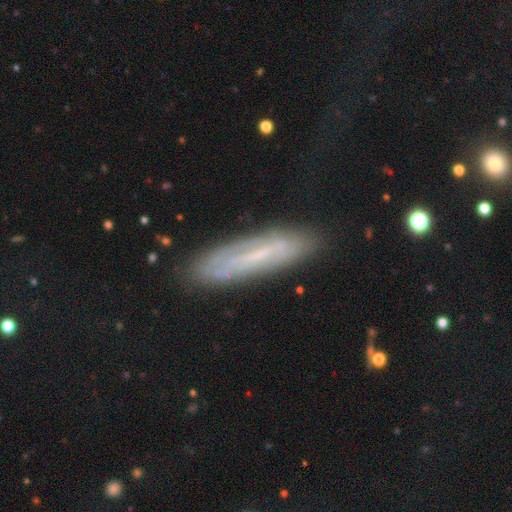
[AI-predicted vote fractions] smooth_or_featured: featured or disk (p=0.53) [alt: smooth p=0.37]
disk_edge_on: yes (p=0.53) [alt: no p=0.47]
merging: none (p=0.80) [alt: minor disturbance p=0.14]